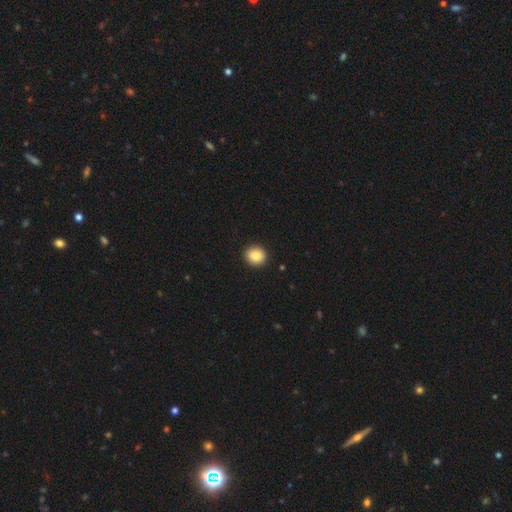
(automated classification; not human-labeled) smooth 86%, star or artifact 8%, featured or disk 5%. Down the decision tree: how rounded — round (85%); merging — none (93%).